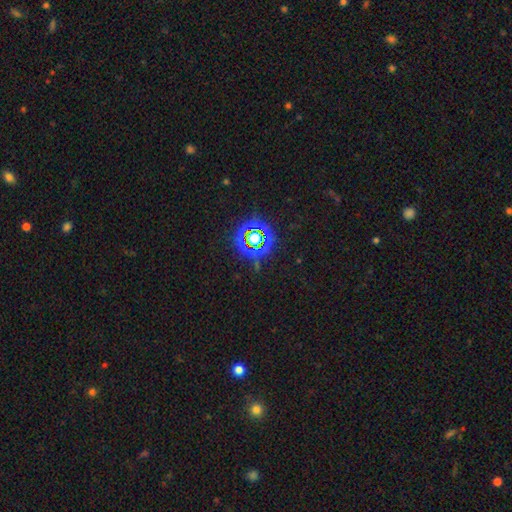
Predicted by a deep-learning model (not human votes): A star or artifact, not a galaxy (78%).

Vote fractions:
- Smooth or featured? star or artifact: 78% / smooth: 14% / featured or disk: 8%